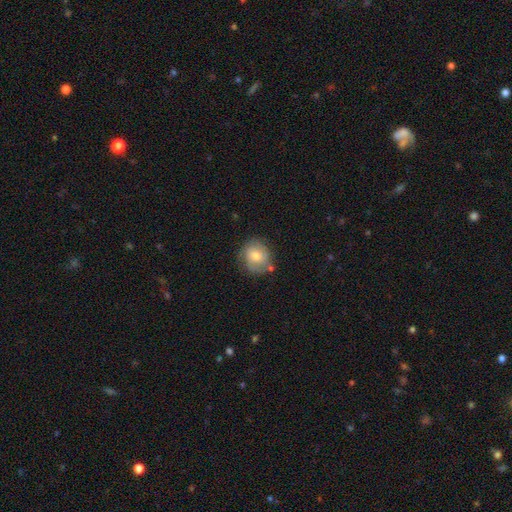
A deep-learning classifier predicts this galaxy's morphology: This appears to be a smooth galaxy with no disk features (57%) that is round (77%). Merging: none (65%).